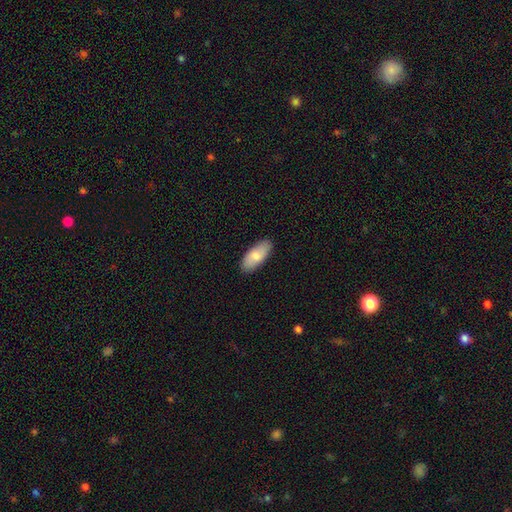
Smooth or featured: smooth — 79% (featured or disk — 18%)
How rounded: in between — 87% (cigar-shaped — 10%)
Merging: none — 78% (minor disturbance — 16%)